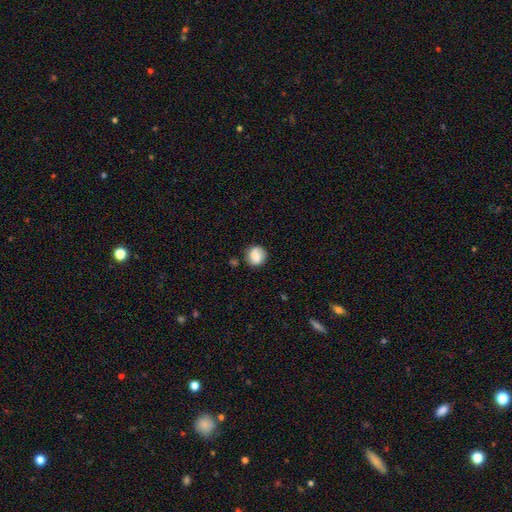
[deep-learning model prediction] This appears to be a smooth galaxy with no disk features (75%) that is round (88%). Merging: none (77%).